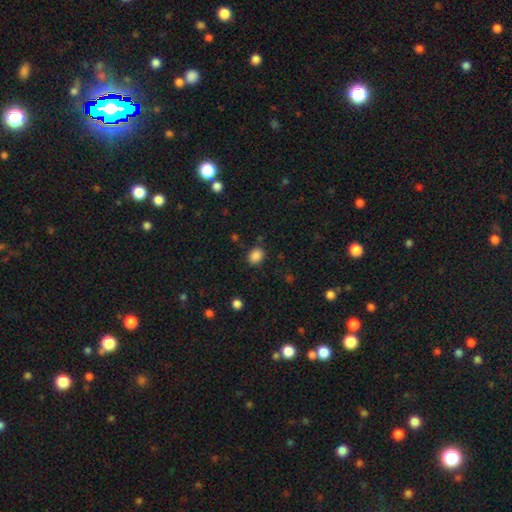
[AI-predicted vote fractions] This is clearly a smooth galaxy (86%). How rounded: possibly round (50%). Merging: clearly none (83%).